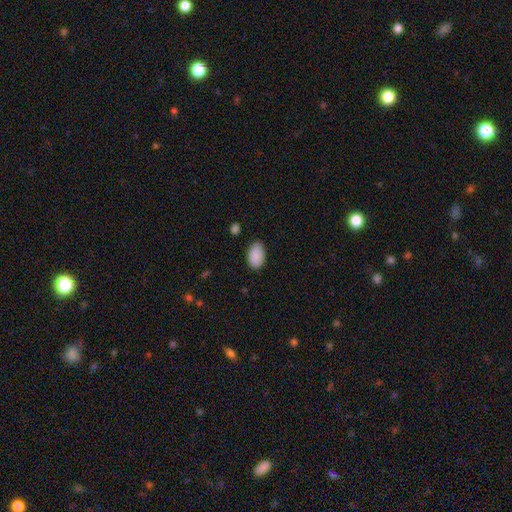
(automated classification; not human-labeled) smooth-or-featured: smooth: 90% | star or artifact: 7% | featured or disk: 3%
  how-rounded: in between: 92% | round: 7% | cigar-shaped: 1%
  merging: none: 83% | minor disturbance: 13% | major disturbance: 3% | merger: 1%